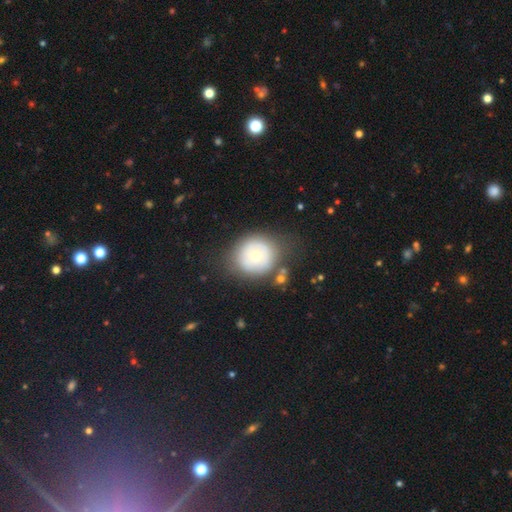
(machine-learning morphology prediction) Smooth or featured? Predicted: smooth (p=0.56). How rounded? Predicted: round (p=0.89). Merging? Predicted: none (p=0.69).